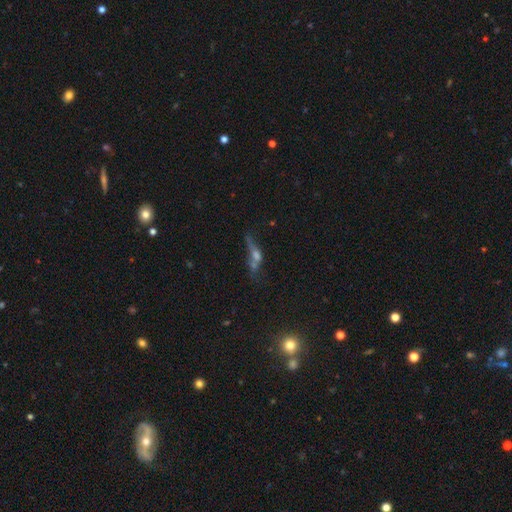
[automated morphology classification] A featured or disk galaxy (50%). Merging: none (34%).